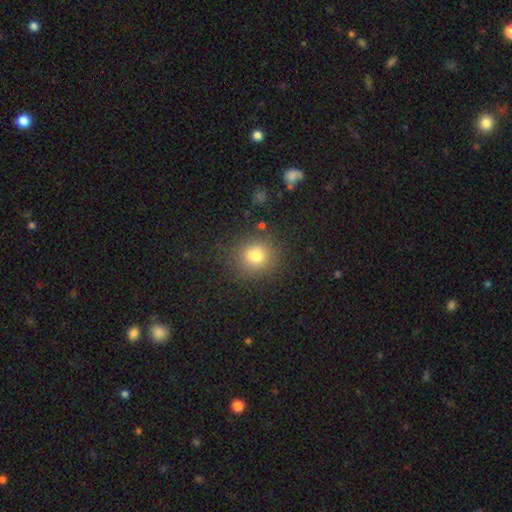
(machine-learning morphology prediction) type=smooth (79%); roundness=round (82%); merging=none (80%).